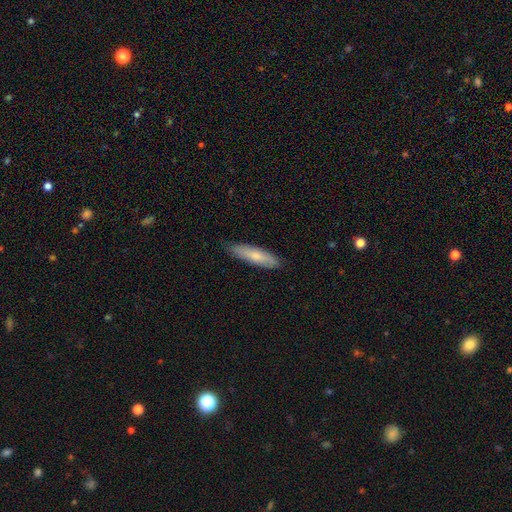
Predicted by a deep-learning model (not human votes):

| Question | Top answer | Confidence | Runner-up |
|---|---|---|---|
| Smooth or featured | smooth | 71% | featured or disk (23%) |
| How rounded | cigar-shaped | 75% | in between (23%) |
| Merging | none | 83% | minor disturbance (14%) |